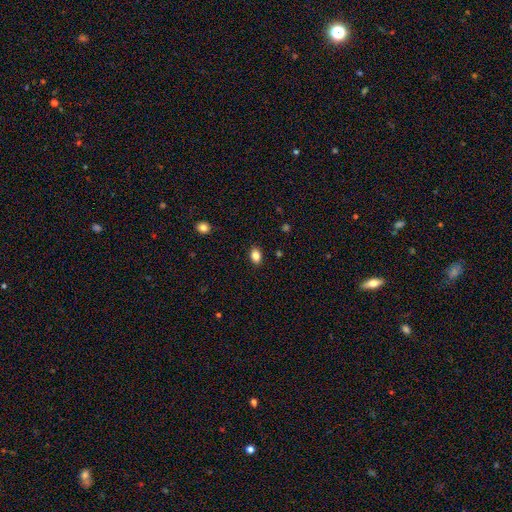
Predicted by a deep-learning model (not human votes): Overall: smooth (84%). How rounded: in between (82%). Merging: none (88%).